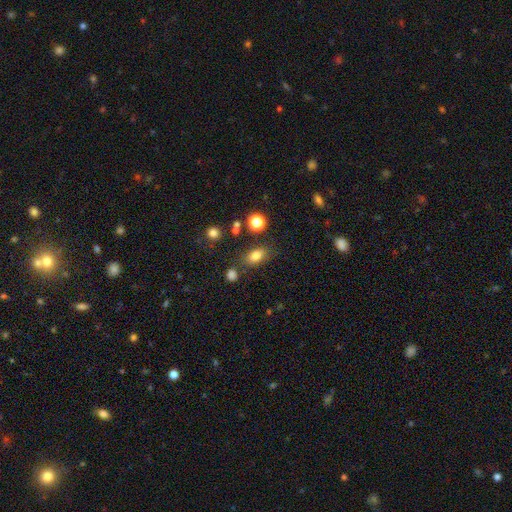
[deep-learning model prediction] Smooth or featured?
  - smooth: 78% *
  - star or artifact: 12%
  - featured or disk: 9%
How rounded?
  - in between: 79% *
  - round: 15%
  - cigar-shaped: 5%
Merging?
  - none: 76% *
  - minor disturbance: 14%
  - merger: 6%
  - major disturbance: 5%